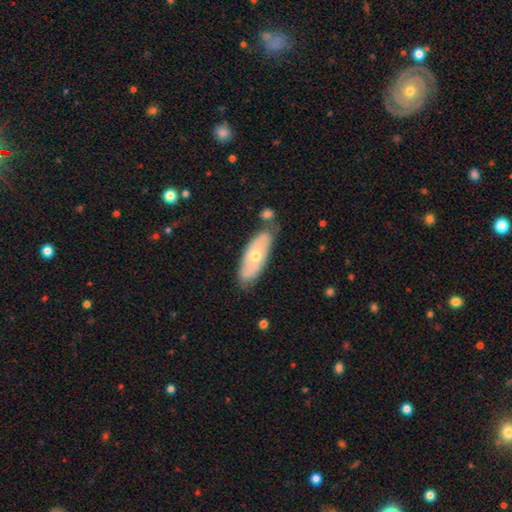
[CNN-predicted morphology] The model was most divided on "smooth or featured": featured or disk: 48%, smooth: 46%, star or artifact: 6%. More confident: merging — none (69%).